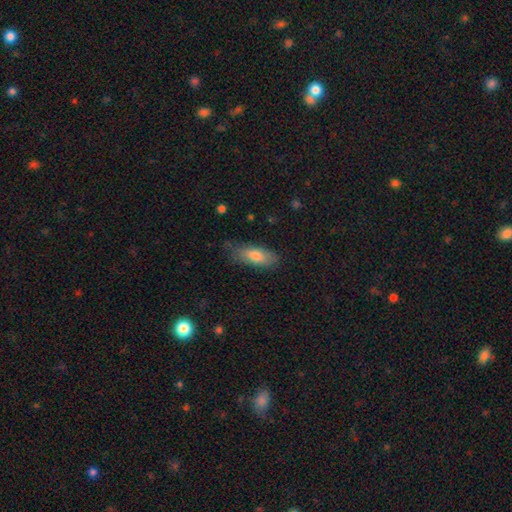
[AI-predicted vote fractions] smooth-or-featured: smooth: 78% | featured or disk: 16% | star or artifact: 7%
  how-rounded: in between: 75% | cigar-shaped: 23% | round: 3%
  merging: none: 67% | minor disturbance: 25% | major disturbance: 6% | merger: 2%